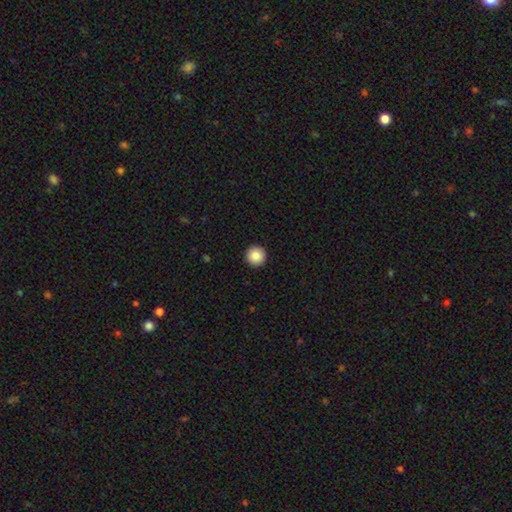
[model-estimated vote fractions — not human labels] Smooth or featured?
  - smooth: 87% *
  - star or artifact: 9%
  - featured or disk: 4%
How rounded?
  - round: 97% *
  - in between: 3%
  - cigar-shaped: 1%
Merging?
  - none: 94% *
  - minor disturbance: 4%
  - major disturbance: 1%
  - merger: 1%